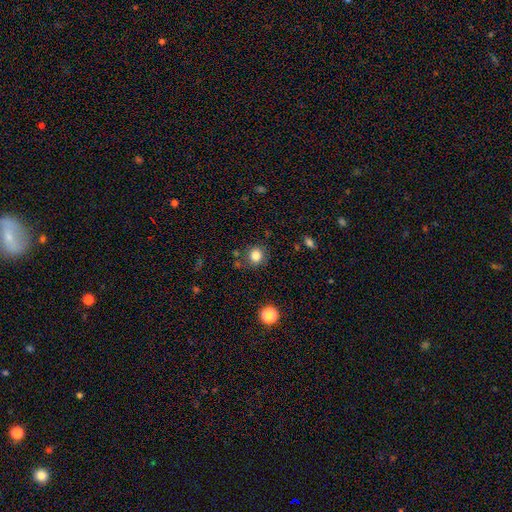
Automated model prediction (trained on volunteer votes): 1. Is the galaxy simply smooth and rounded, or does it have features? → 84% smooth, 11% star or artifact, 5% featured or disk.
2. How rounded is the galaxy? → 85% round, 14% in between, 1% cigar-shaped.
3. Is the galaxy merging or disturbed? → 78% none, 13% minor disturbance, 4% major disturbance, 4% merger.